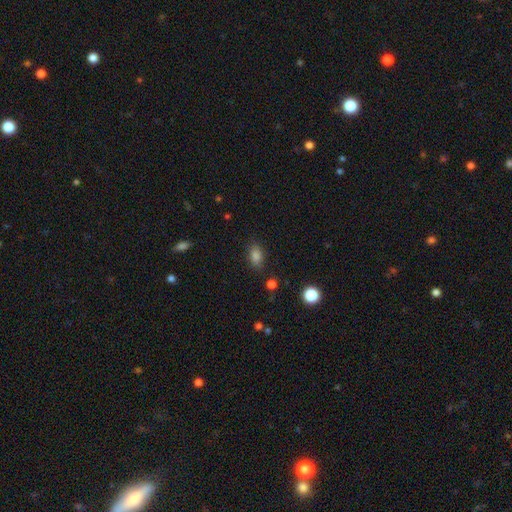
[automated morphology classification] This is clearly a smooth galaxy (82%). How rounded: clearly in between (84%). Merging: clearly none (83%).